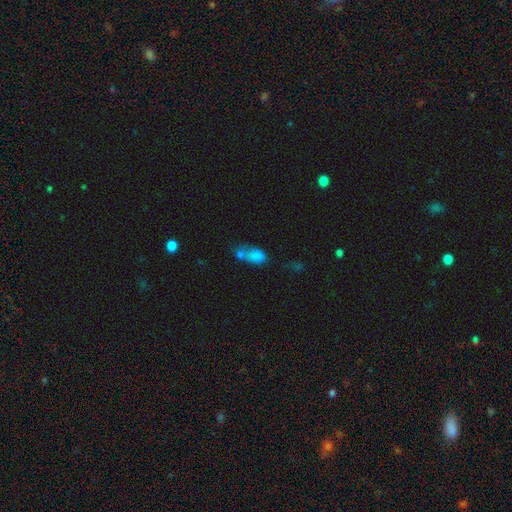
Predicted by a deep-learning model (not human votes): Overall: smooth (74%). How rounded: in between (81%). Merging: merger (52%; none 21%).